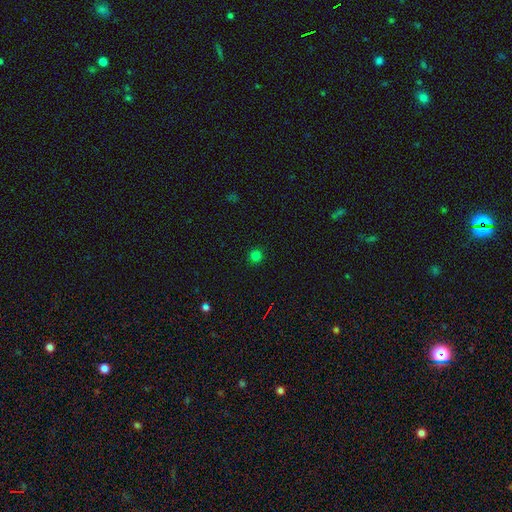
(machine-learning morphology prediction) The model was most divided on "smooth or featured": smooth: 78%, star or artifact: 18%, featured or disk: 4%. More confident: how rounded — round (95%); merging — none (92%).